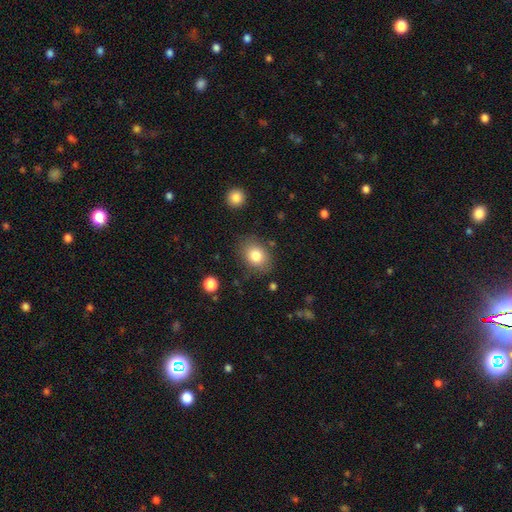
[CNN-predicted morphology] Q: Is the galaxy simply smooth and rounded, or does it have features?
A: smooth — 81%.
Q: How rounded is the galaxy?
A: in between — 60%.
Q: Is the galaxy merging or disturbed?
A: none — 79%.